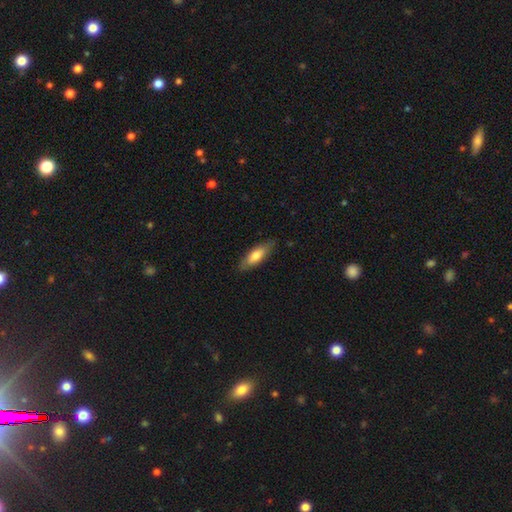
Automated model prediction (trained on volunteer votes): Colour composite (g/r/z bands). It shows a smooth galaxy with no disk features (69%) that is in between round and cigar-shaped (57%). Merging: none (82%).